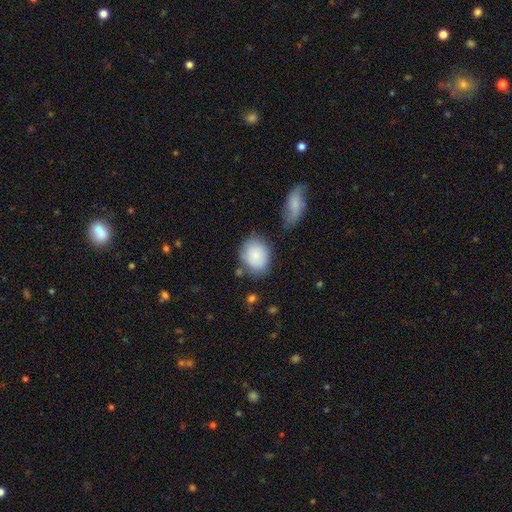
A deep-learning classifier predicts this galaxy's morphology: A smooth galaxy with no disk features (83%) that is round (51%). Merging: none (64%).